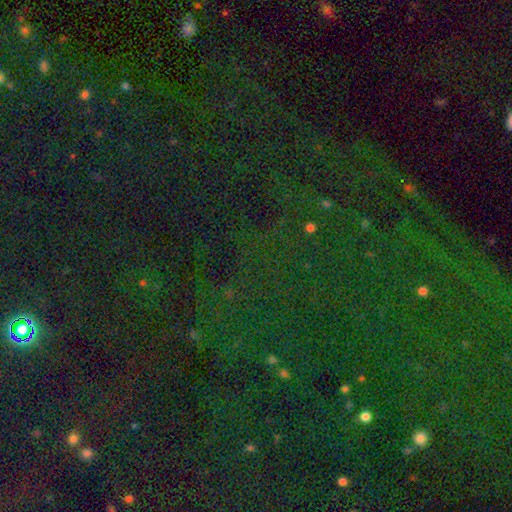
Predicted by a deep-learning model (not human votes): star or artifact 82%, smooth 11%, featured or disk 7%.